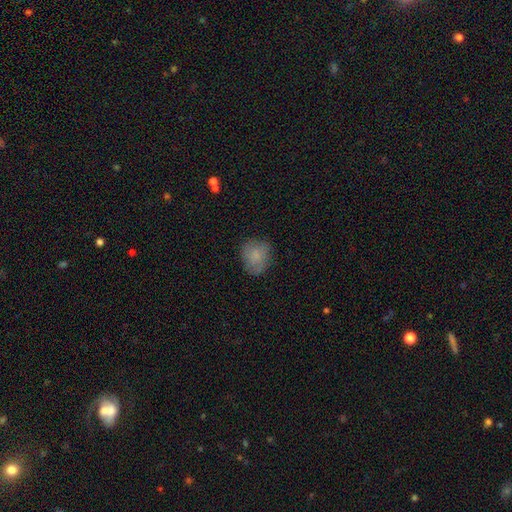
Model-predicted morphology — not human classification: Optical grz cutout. It shows a smooth galaxy with no disk features (78%) that is round (62%). Merging: none (70%).